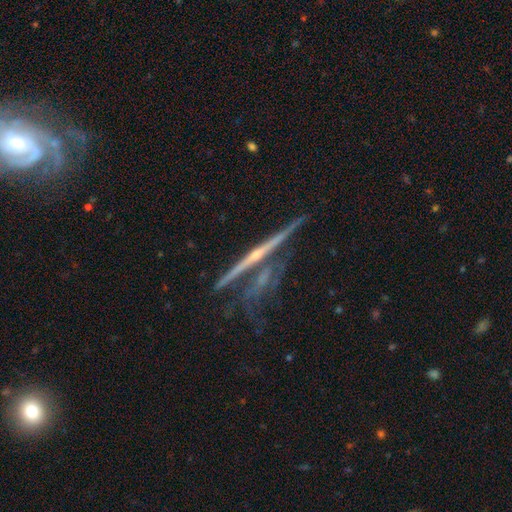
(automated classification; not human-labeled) smooth-or-featured: featured or disk: 83% | smooth: 10% | star or artifact: 8%
  disk-edge-on: yes: 97% | no: 3%
    edge-on-bulge: rounded: 66% | none: 28% | boxy: 6%
  merging: none: 63% | merger: 19% | minor disturbance: 13% | major disturbance: 5%